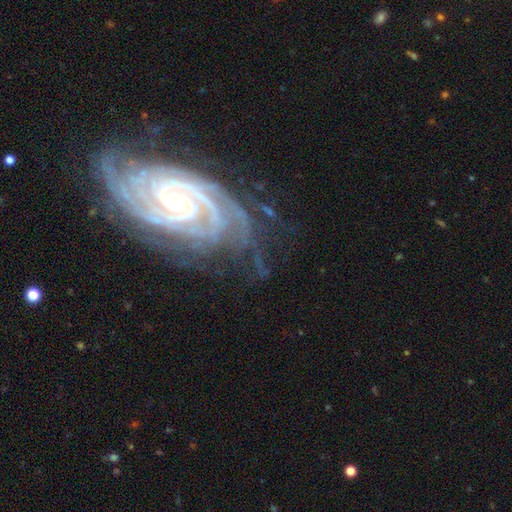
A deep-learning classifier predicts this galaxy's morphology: This is clearly a featured or disk galaxy (91%). It is clearly not viewed edge-on (97%). Bar: possibly no (50%). Spiral arm pattern: clearly yes (99%). Spiral arm count: marginally 2 (29%). Spiral winding: clearly tight (82%). Central bulge: likely small (72%). Merging: likely none (73%).